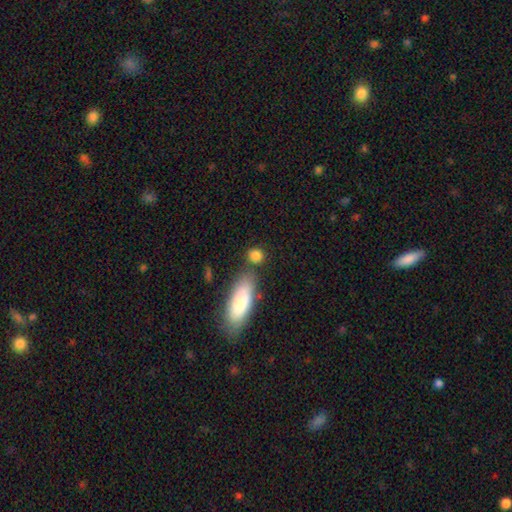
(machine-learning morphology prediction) Smooth or featured? Predicted: smooth (p=0.85). How rounded? Predicted: round (p=0.63). Merging? Predicted: none (p=0.67).